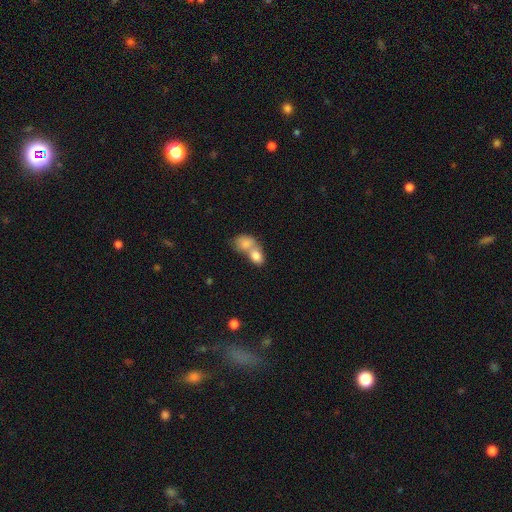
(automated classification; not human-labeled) smooth 81%, featured or disk 12%, star or artifact 8%. Down the decision tree: how rounded — in between (66%); merging — merger (73%).